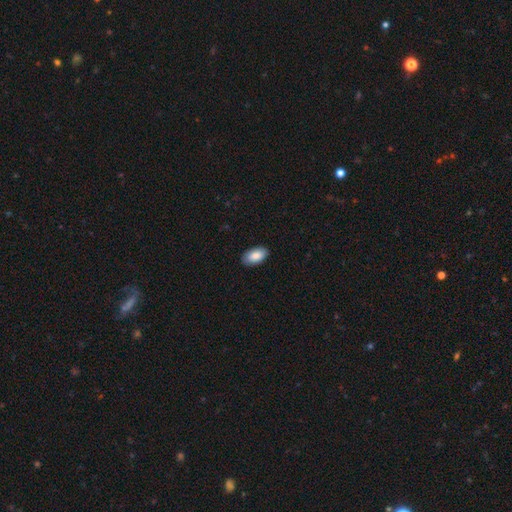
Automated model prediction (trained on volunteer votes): smooth-or-featured: smooth: 87% | featured or disk: 7% | star or artifact: 6%
  how-rounded: in between: 95% | round: 3% | cigar-shaped: 2%
  merging: none: 89% | minor disturbance: 8% | major disturbance: 2% | merger: 1%